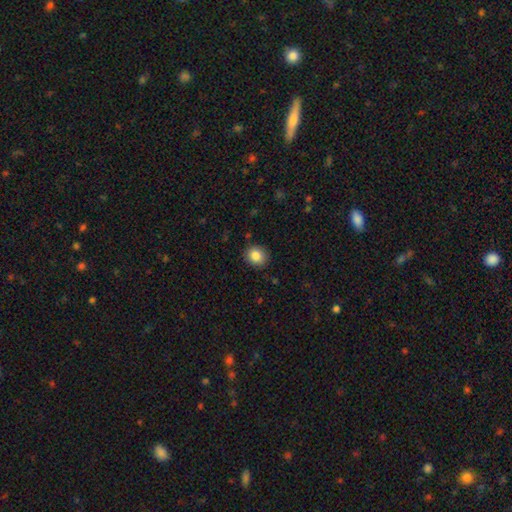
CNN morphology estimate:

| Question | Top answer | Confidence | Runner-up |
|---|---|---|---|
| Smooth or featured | smooth | 85% | star or artifact (9%) |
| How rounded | round | 79% | in between (20%) |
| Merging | none | 89% | minor disturbance (8%) |